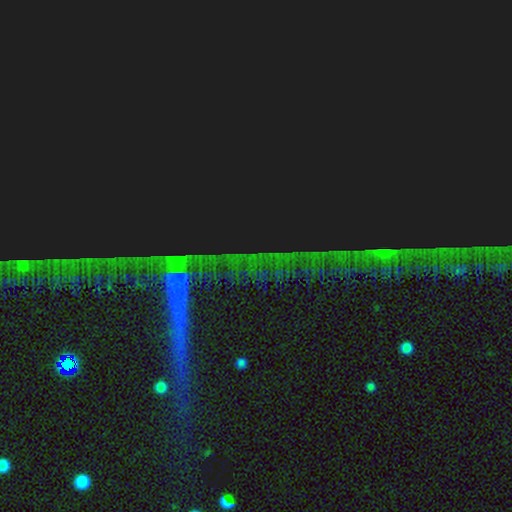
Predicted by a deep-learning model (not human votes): smooth-or-featured: star or artifact: 81% | featured or disk: 10% | smooth: 9%